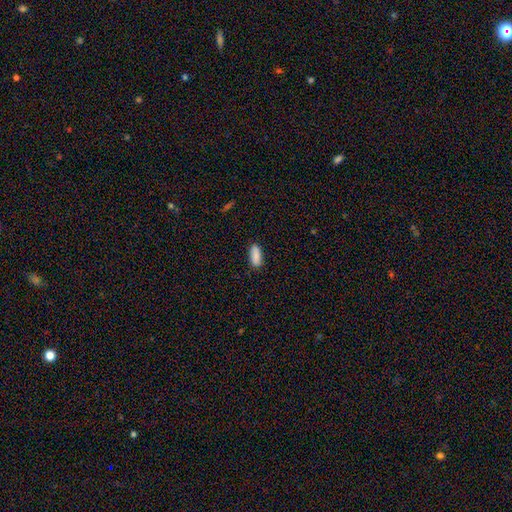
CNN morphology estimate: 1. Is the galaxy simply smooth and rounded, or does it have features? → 89% smooth, 7% star or artifact, 4% featured or disk.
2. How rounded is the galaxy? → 80% in between, 18% cigar-shaped, 2% round.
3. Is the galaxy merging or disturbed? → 86% none, 11% minor disturbance, 2% major disturbance, 1% merger.